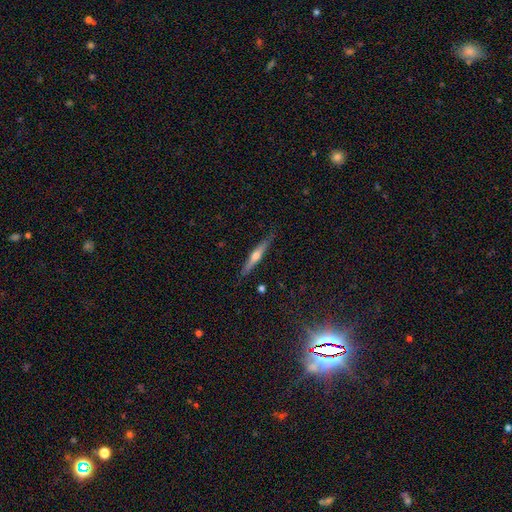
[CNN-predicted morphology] Smooth or featured?
  - featured or disk: 64% *
  - smooth: 30%
  - star or artifact: 7%
Edge-on disk?
  - yes: 97% *
  - no: 3%
Edge-on bulge?
  - rounded: 89% *
  - none: 8%
  - boxy: 4%
Merging?
  - none: 88% *
  - minor disturbance: 9%
  - major disturbance: 2%
  - merger: 1%